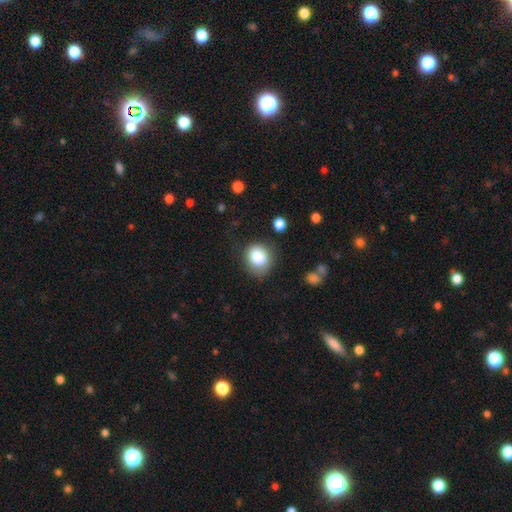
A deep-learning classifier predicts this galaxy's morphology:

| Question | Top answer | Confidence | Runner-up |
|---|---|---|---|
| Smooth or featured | smooth | 84% | star or artifact (9%) |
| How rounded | round | 72% | in between (27%) |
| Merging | none | 70% | minor disturbance (19%) |